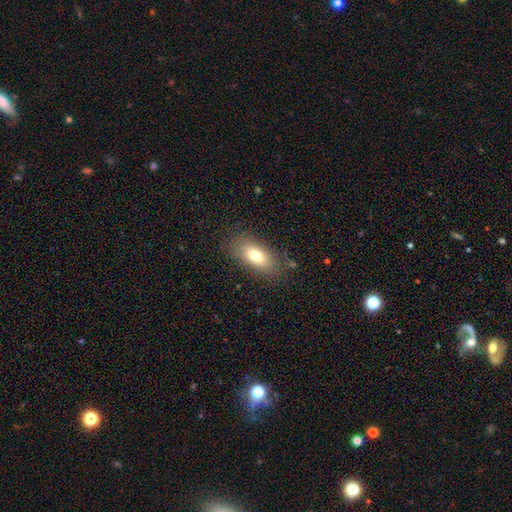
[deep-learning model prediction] Smooth or featured: smooth — 74% (featured or disk — 17%)
How rounded: in between — 85% (cigar-shaped — 9%)
Merging: none — 81% (minor disturbance — 13%)